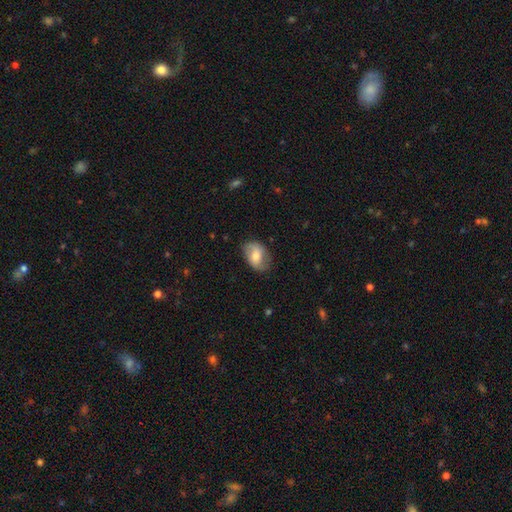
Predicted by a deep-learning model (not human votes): smooth_or_featured: smooth (p=0.60) [alt: featured or disk p=0.33]
how_rounded: in between (p=0.81) [alt: round p=0.18]
merging: none (p=0.73) [alt: minor disturbance p=0.20]